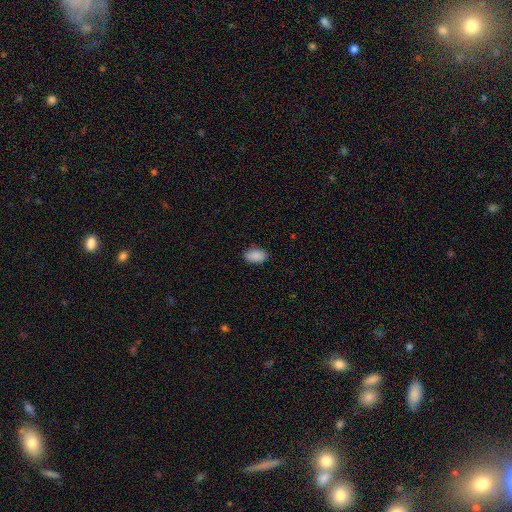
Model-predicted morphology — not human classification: type=smooth (90%); roundness=in between (94%); merging=none (87%).